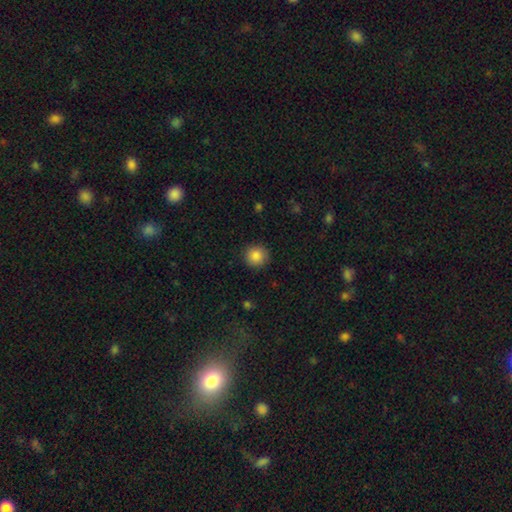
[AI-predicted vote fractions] Overall: smooth (86%). How rounded: round (93%). Merging: none (90%).